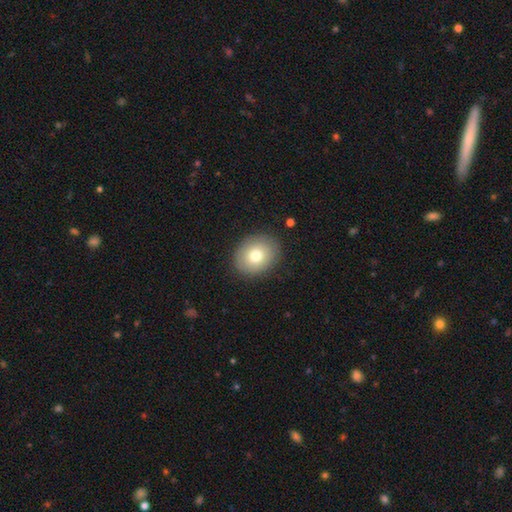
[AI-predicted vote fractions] Smooth or featured: smooth — 76% (featured or disk — 15%)
How rounded: round — 60% (in between — 40%)
Merging: none — 87% (minor disturbance — 9%)